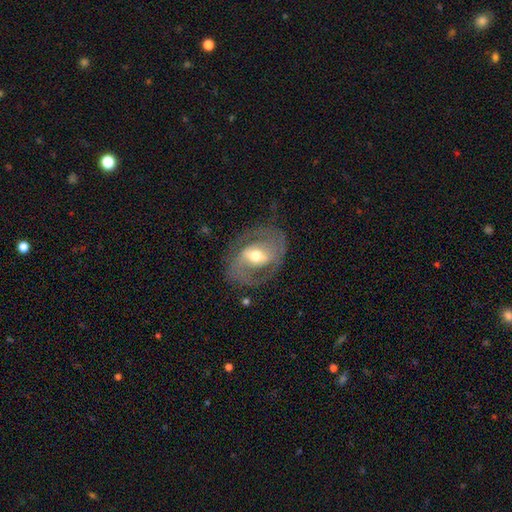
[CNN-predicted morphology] Smooth or featured?
  - featured or disk: 80% *
  - smooth: 14%
  - star or artifact: 5%
Edge-on disk?
  - no: 95% *
  - yes: 5%
Bar?
  - weak: 42% *
  - strong: 38%
  - no: 20%
Spiral arms?
  - yes: 80% *
  - no: 20%
Spiral winding?
  - medium: 50% *
  - tight: 29%
  - loose: 21%
Spiral arm count?
  - 2: 84% *
  - can't tell: 9%
  - 1: 4%
  - 3: 2%
  - 4: 1%
  - more than 4: 1%
Bulge size?
  - moderate: 70% *
  - small: 18%
  - large: 10%
  - dominant: 1%
  - none: 1%
Merging?
  - none: 73% *
  - minor disturbance: 15%
  - major disturbance: 11%
  - merger: 1%